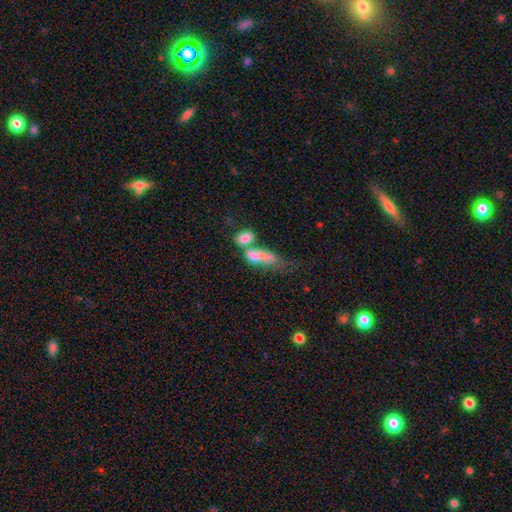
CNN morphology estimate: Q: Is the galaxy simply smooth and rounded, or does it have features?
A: smooth — 64%.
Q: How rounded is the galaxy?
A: in between — 62%.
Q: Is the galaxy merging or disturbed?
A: merger — 56%.